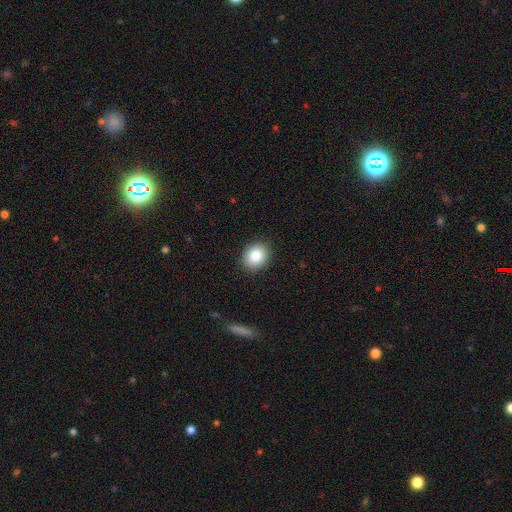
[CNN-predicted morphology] Smooth or featured? smooth (84%)
How rounded? round (64%)
Merging? none (89%)